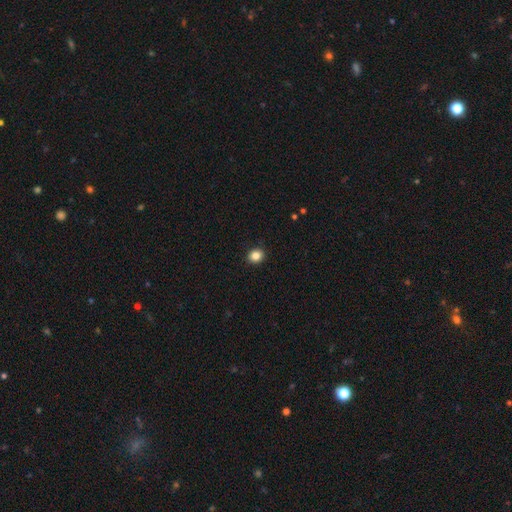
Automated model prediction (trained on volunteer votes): smooth_or_featured: smooth (p=0.85) [alt: star or artifact p=0.11]
how_rounded: round (p=0.71) [alt: in between p=0.28]
merging: none (p=0.91) [alt: minor disturbance p=0.06]